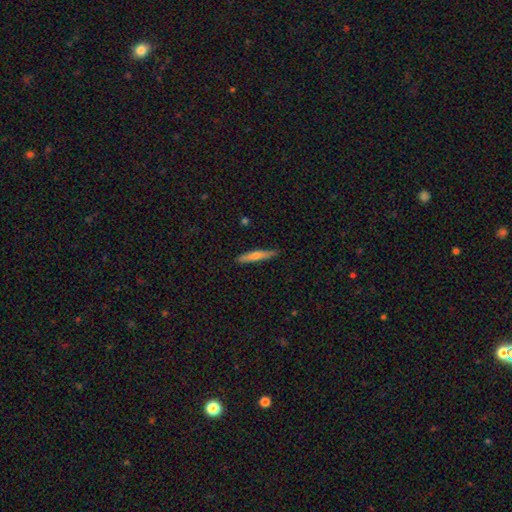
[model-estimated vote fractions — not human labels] smooth-or-featured: smooth: 47% (tied) | featured or disk: 47% (tied) | star or artifact: 6%
  merging: none: 89% | minor disturbance: 8% | major disturbance: 1% | merger: 1%